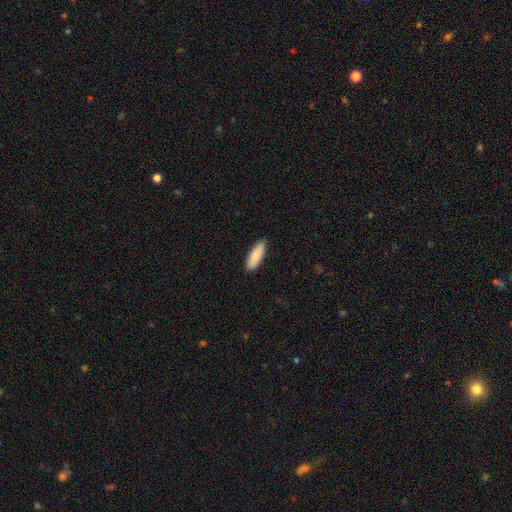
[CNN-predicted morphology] smooth_or_featured: smooth (p=0.88) [alt: featured or disk p=0.06]
how_rounded: in between (p=0.58) [alt: cigar-shaped p=0.40]
merging: none (p=0.89) [alt: minor disturbance p=0.09]